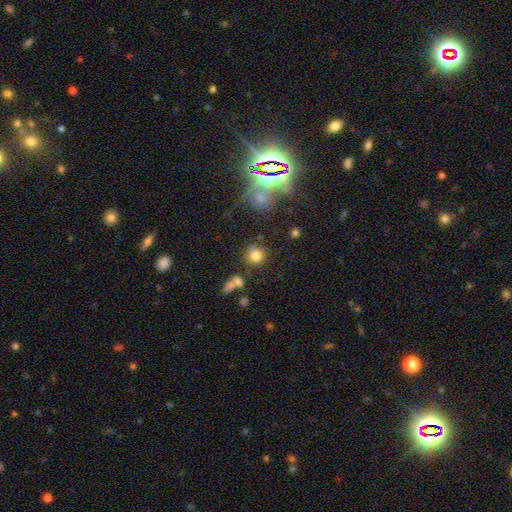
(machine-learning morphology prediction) Smooth or featured: smooth — 78% (star or artifact — 13%)
How rounded: round — 87% (in between — 12%)
Merging: none — 76% (minor disturbance — 11%)